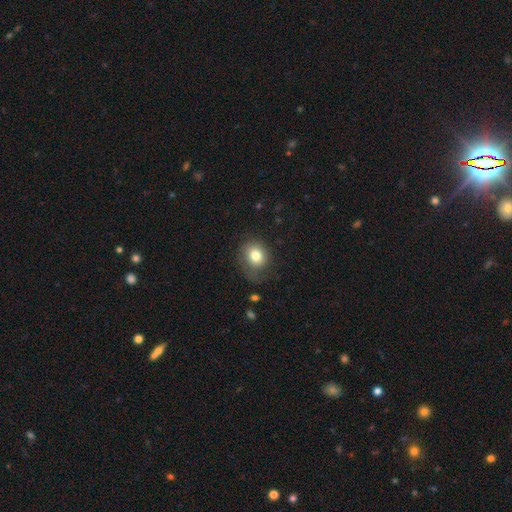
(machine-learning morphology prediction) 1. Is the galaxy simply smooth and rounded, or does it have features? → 78% smooth, 12% featured or disk, 10% star or artifact.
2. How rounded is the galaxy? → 69% round, 30% in between, 1% cigar-shaped.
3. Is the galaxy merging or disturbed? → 61% none, 23% minor disturbance, 14% major disturbance, 2% merger.